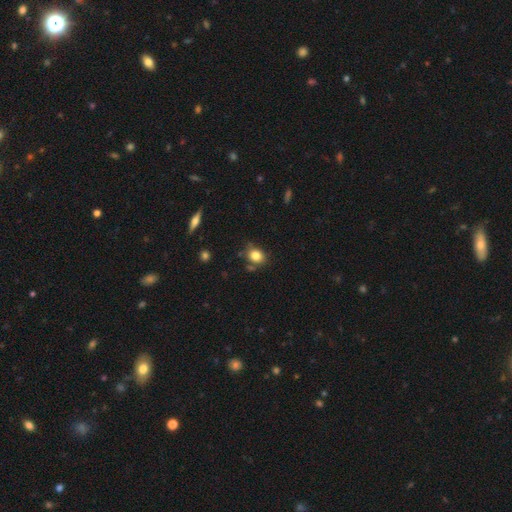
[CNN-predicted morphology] Smooth or featured? smooth (81%)
How rounded? round (51%)
Merging? none (72%)